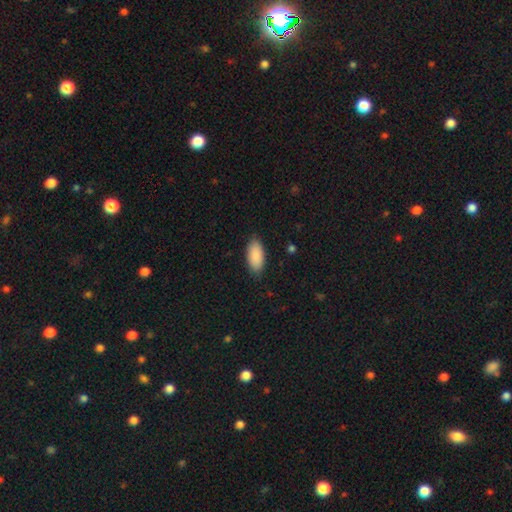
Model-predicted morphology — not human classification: A smooth galaxy with no disk features (90%) that is in between round and cigar-shaped (92%).

Vote fractions:
- Smooth or featured? smooth: 90% / star or artifact: 6% / featured or disk: 4%
- How rounded? in between: 92% / cigar-shaped: 6% / round: 2%
- Merging? none: 85% / minor disturbance: 11% / major disturbance: 2% / merger: 1%